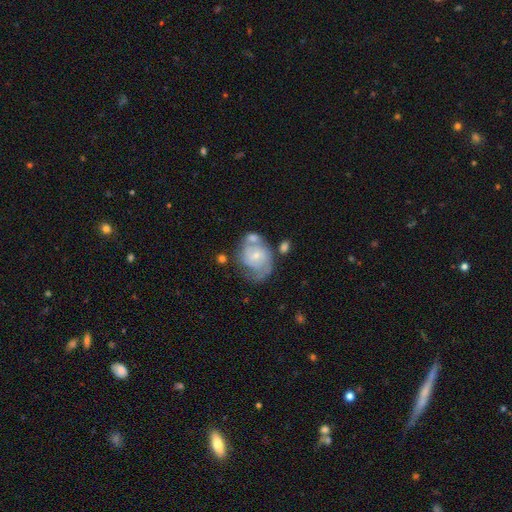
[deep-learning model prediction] Smooth or featured? featured or disk (69%)
Edge-on disk? no (98%)
Bar? no (65%)
Spiral arms? yes (86%)
Spiral winding? tight (45%)
Spiral arm count? 2 (52%)
Bulge size? small (63%)
Merging? none (35%)